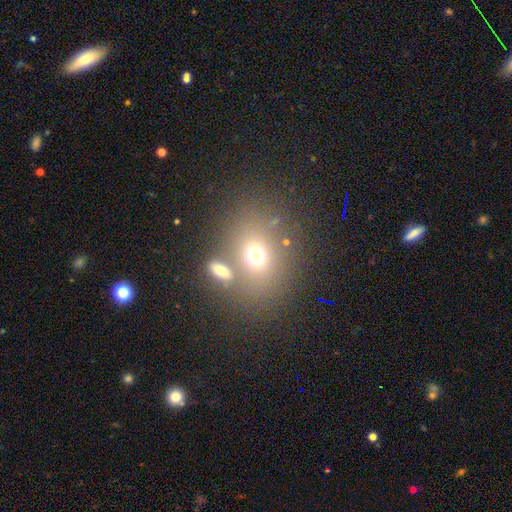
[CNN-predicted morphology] The model was most divided on "how rounded": in between: 51%, round: 47%, cigar-shaped: 1%. More confident: smooth or featured — smooth (68%); merging — none (57%).